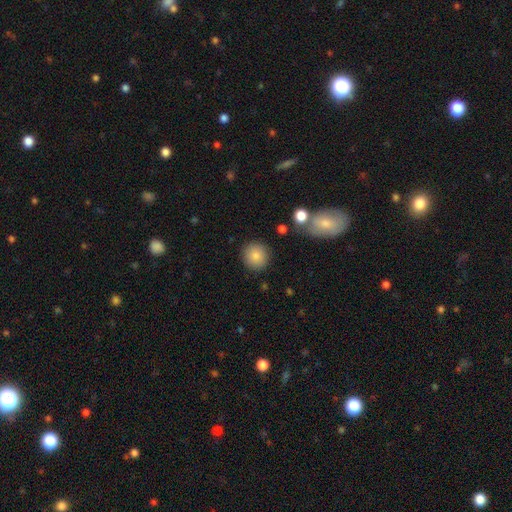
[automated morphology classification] type=smooth (85%); roundness=round (92%); merging=none (88%).